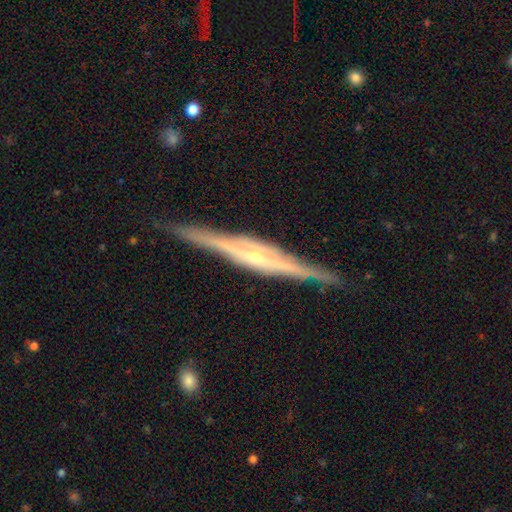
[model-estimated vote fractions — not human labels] Smooth or featured?
  - featured or disk: 88% *
  - smooth: 7%
  - star or artifact: 5%
Edge-on disk?
  - yes: 98% *
  - no: 2%
Edge-on bulge?
  - rounded: 48% *
  - boxy: 44%
  - none: 8%
Merging?
  - none: 88% *
  - minor disturbance: 9%
  - major disturbance: 2%
  - merger: 1%